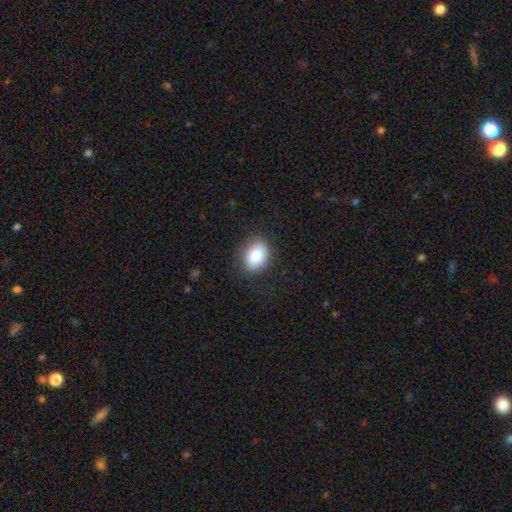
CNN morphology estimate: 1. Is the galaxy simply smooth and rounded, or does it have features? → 85% smooth, 8% star or artifact, 7% featured or disk.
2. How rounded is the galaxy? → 64% in between, 35% round, 1% cigar-shaped.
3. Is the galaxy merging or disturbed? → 83% none, 13% minor disturbance, 4% major disturbance, 1% merger.